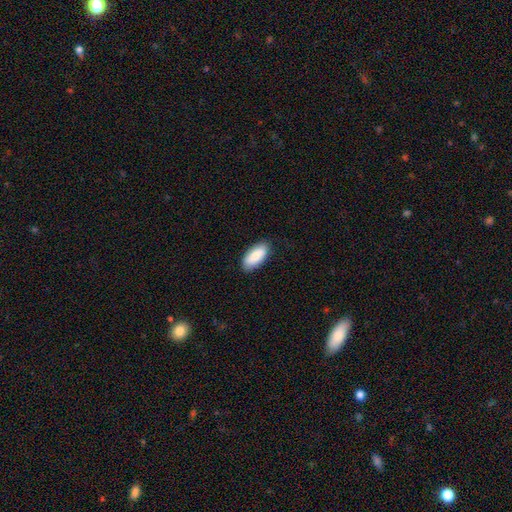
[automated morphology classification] type=smooth (83%); roundness=in between (92%); merging=none (86%).